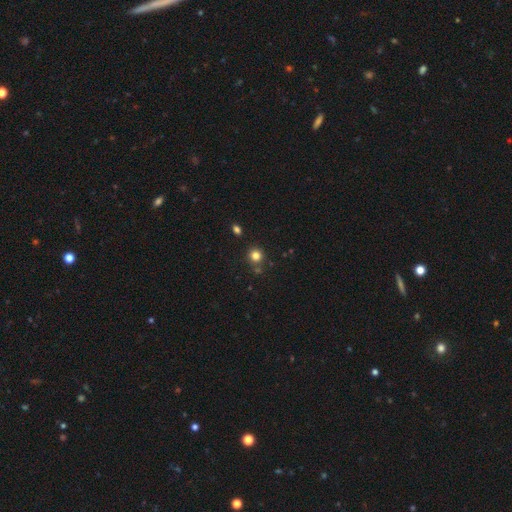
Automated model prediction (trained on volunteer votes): smooth_or_featured: smooth (p=0.81) [alt: star or artifact p=0.14]
how_rounded: round (p=0.90) [alt: in between p=0.09]
merging: none (p=0.83) [alt: minor disturbance p=0.08]